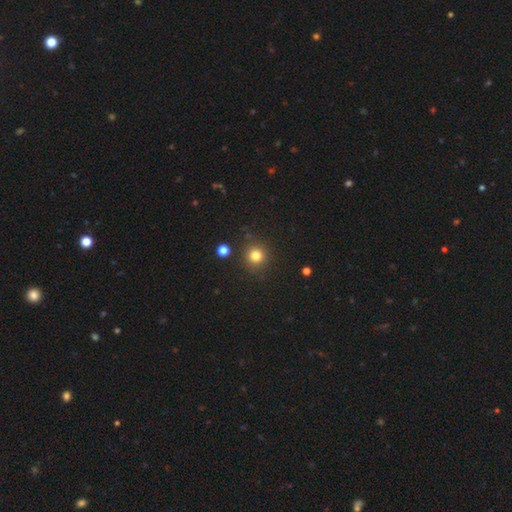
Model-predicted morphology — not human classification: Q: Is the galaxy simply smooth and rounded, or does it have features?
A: smooth — 81%.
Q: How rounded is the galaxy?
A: round — 93%.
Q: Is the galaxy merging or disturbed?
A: none — 87%.